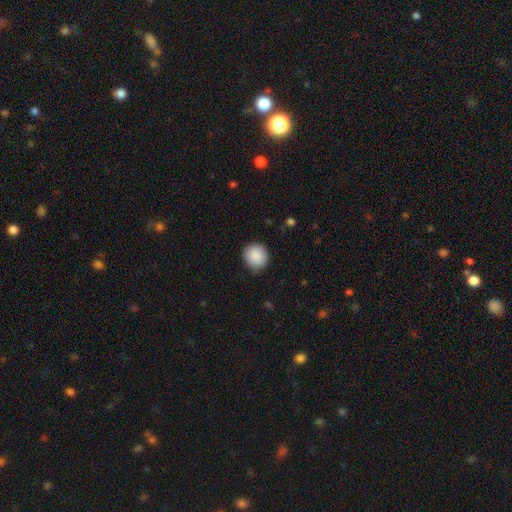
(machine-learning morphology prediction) Smooth or featured? Predicted: smooth (p=0.89). How rounded? Predicted: round (p=0.88). Merging? Predicted: none (p=0.87).